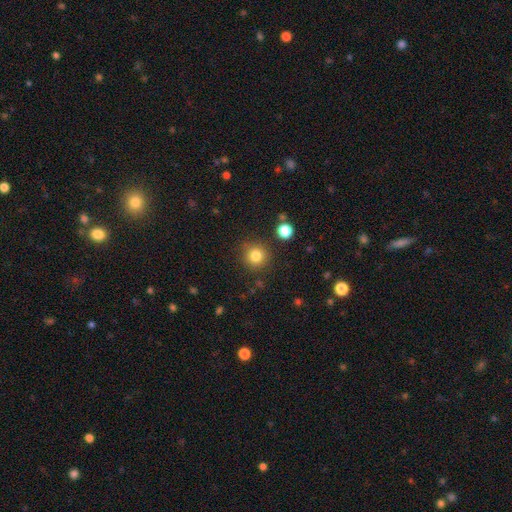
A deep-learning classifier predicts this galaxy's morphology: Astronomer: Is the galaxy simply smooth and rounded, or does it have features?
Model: smooth — 82%.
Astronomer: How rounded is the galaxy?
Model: round — 93%.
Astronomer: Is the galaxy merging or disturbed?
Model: none — 87%.